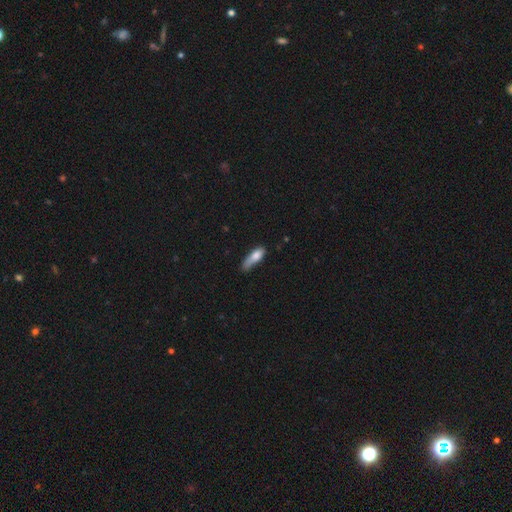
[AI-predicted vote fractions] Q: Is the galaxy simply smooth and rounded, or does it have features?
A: smooth — 76%.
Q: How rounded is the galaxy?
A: cigar-shaped — 51%.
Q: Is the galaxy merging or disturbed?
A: minor disturbance — 40%.